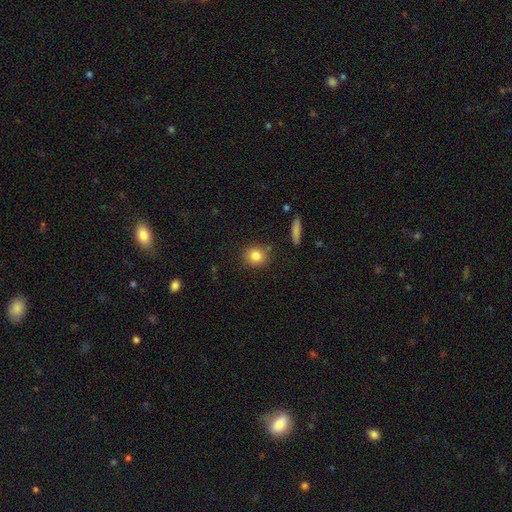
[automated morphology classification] Smooth or featured? smooth (84%)
How rounded? round (82%)
Merging? none (84%)